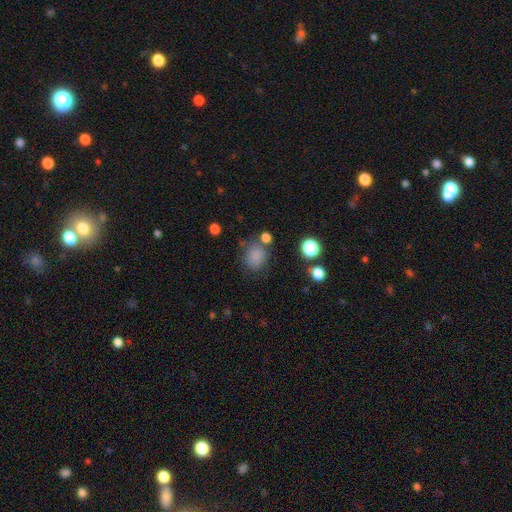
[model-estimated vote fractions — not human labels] Smooth or featured? Predicted: smooth (p=0.80). How rounded? Predicted: round (p=0.64). Merging? Predicted: none (p=0.70).